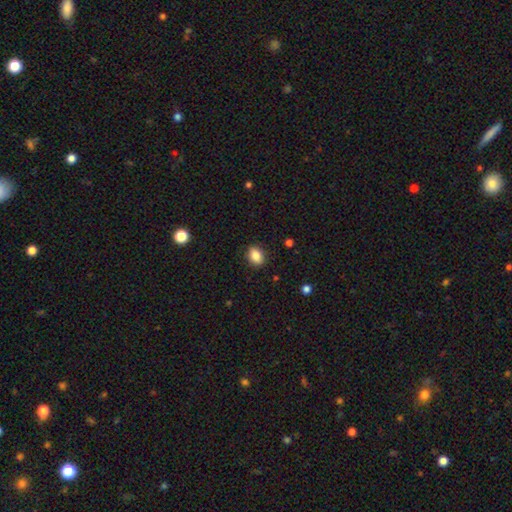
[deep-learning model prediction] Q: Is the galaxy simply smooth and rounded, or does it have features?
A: smooth — 86%.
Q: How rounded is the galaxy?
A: in between — 70%.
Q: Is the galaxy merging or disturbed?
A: none — 87%.